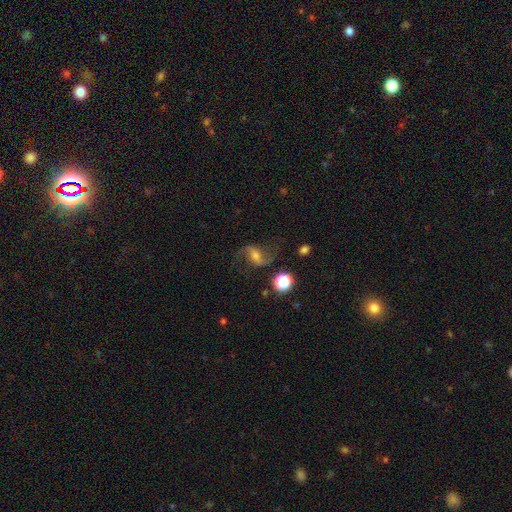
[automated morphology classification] smooth_or_featured: featured or disk (p=0.75) [alt: smooth p=0.14]
disk_edge_on: no (p=0.97) [alt: yes p=0.03]
bar: weak (p=0.43) [alt: no p=0.34]
has_spiral_arms: yes (p=0.95) [alt: no p=0.05]
spiral_winding: loose (p=0.80) [alt: medium p=0.17]
spiral_arm_count: 2 (p=0.92) [alt: 1 p=0.03]
bulge_size: moderate (p=0.48) [alt: small p=0.34]
merging: none (p=0.71) [alt: minor disturbance p=0.15]